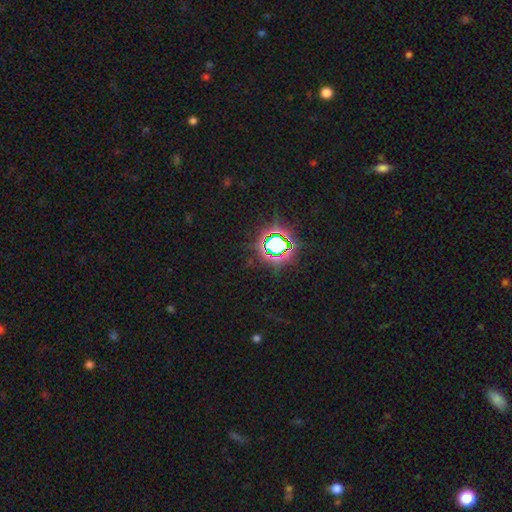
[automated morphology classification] Smooth or featured? Predicted: star or artifact (p=0.80).